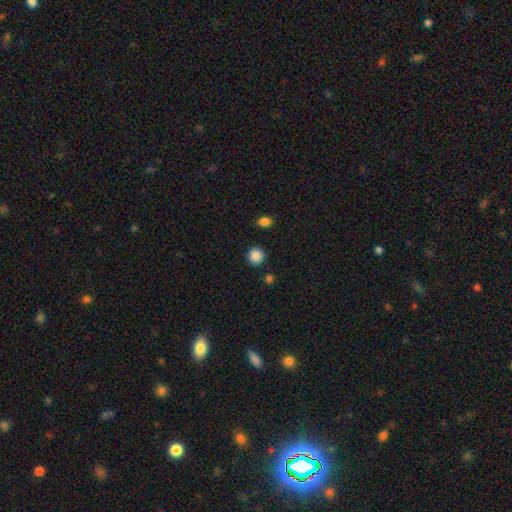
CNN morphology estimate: This appears to be a smooth galaxy with no disk features (87%) that is round (93%). Merging: none (89%).